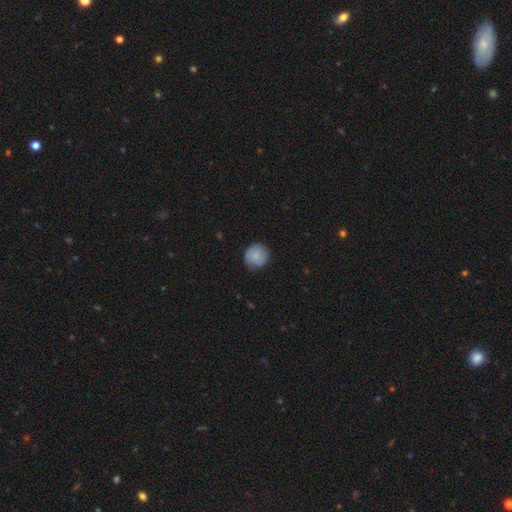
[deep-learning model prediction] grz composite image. It shows a smooth galaxy with no disk features (84%) that is round (93%). Merging: none (81%).